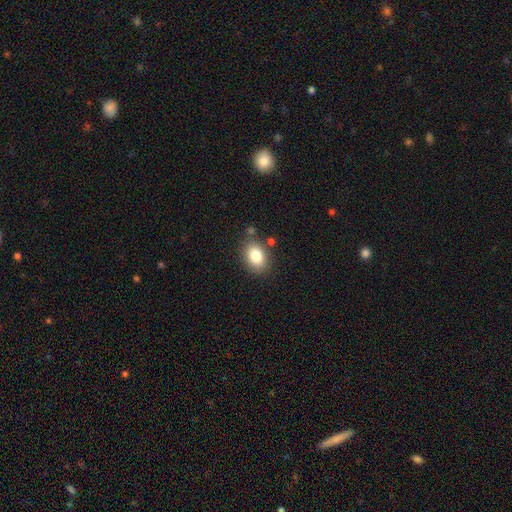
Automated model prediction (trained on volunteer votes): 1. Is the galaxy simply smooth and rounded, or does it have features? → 82% smooth, 9% star or artifact, 9% featured or disk.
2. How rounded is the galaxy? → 75% in between, 24% round, 1% cigar-shaped.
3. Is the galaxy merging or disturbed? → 79% none, 12% minor disturbance, 5% merger, 3% major disturbance.